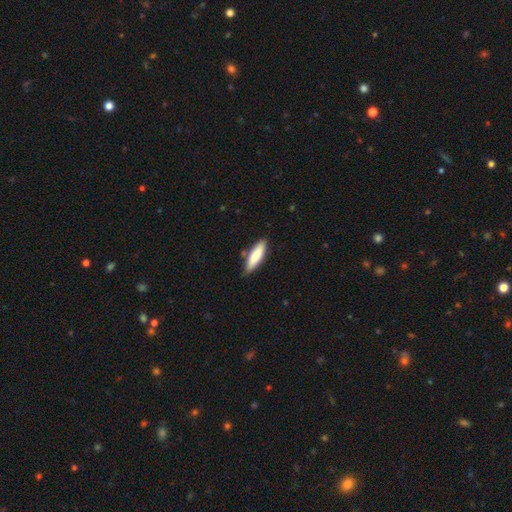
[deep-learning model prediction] smooth-or-featured: smooth: 79% | featured or disk: 15% | star or artifact: 5%
  how-rounded: cigar-shaped: 59% | in between: 40% | round: 2%
  merging: none: 78% | minor disturbance: 16% | merger: 3% | major disturbance: 2%